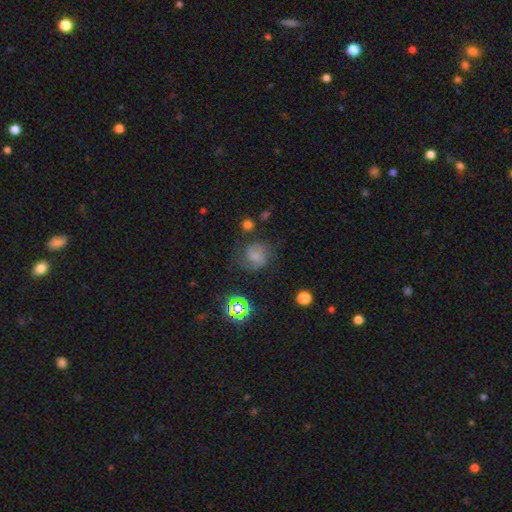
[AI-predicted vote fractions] A featured or disk galaxy (45%).

Vote fractions:
- Smooth or featured? featured or disk: 45% / smooth: 39% / star or artifact: 16%
- Merging? none: 59% / minor disturbance: 23% / major disturbance: 15% / merger: 4%